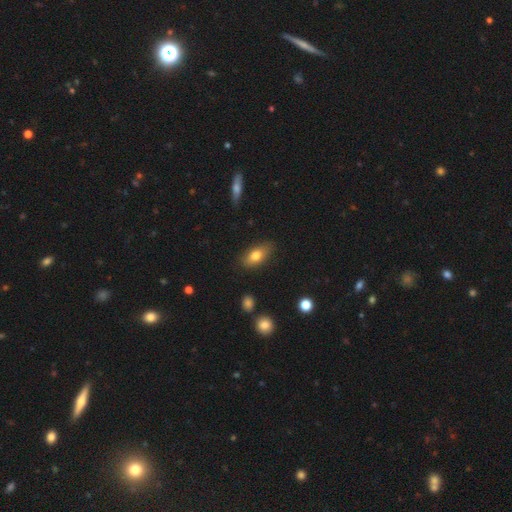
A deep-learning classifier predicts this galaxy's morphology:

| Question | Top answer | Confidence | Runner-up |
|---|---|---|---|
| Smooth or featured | smooth | 76% | featured or disk (16%) |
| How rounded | in between | 85% | cigar-shaped (8%) |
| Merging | none | 83% | minor disturbance (13%) |